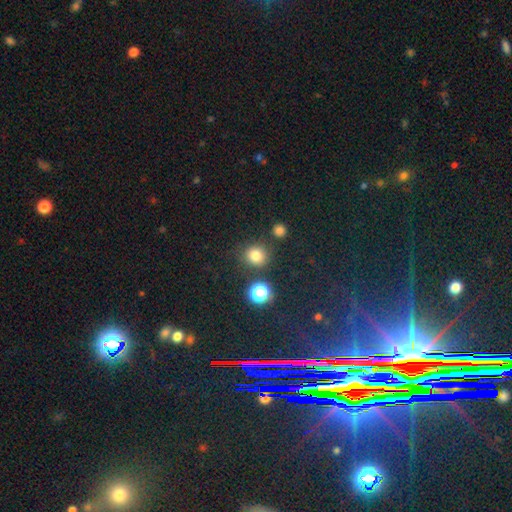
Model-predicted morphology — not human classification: Smooth or featured? smooth (77%)
How rounded? round (87%)
Merging? none (82%)